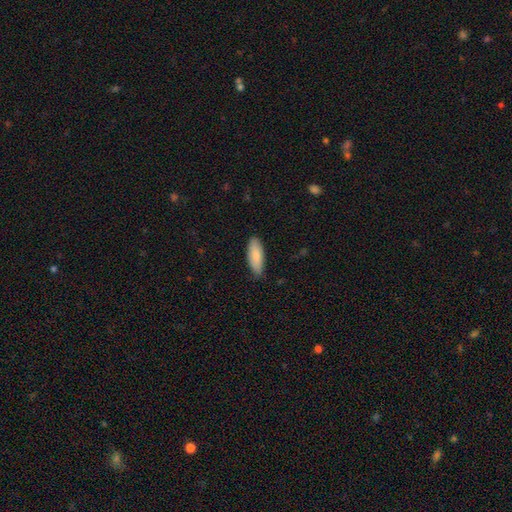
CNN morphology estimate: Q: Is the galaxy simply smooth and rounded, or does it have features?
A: smooth — 85%.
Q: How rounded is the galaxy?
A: in between — 68%.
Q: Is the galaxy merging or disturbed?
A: none — 84%.